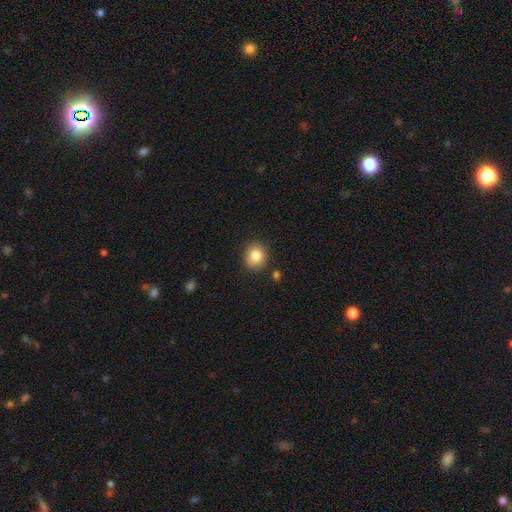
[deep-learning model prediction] This is clearly a smooth galaxy (84%). How rounded: likely round (76%). Merging: clearly none (85%).